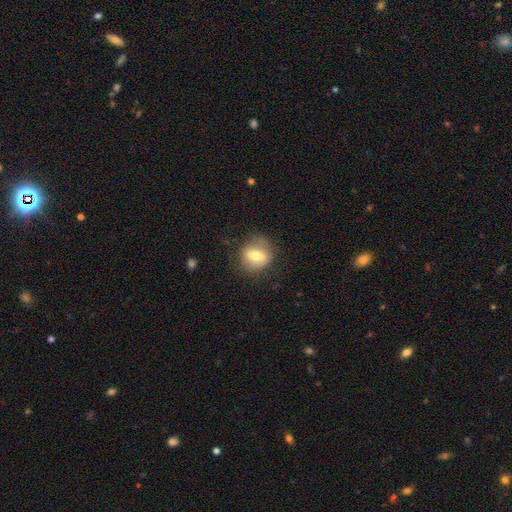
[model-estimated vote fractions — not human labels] Smooth or featured: smooth — 54% (featured or disk — 38%)
How rounded: round — 66% (in between — 32%)
Merging: none — 76% (minor disturbance — 16%)